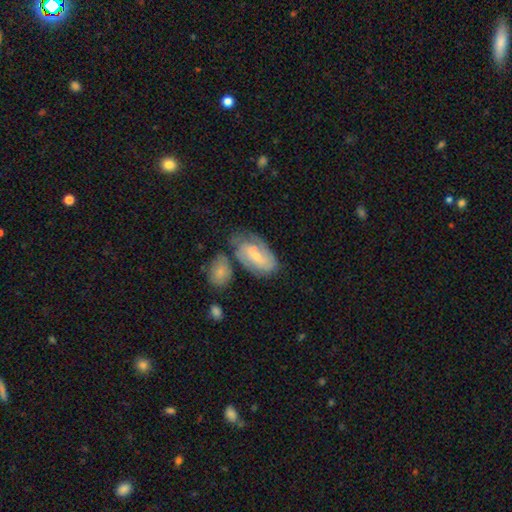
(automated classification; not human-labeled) featured or disk 56%, smooth 37%, star or artifact 7%. Down the decision tree: edge-on disk — no (94%); bar — weak (47%); spiral arms — yes (81%); bulge size — small (58%); merging — none (52%).